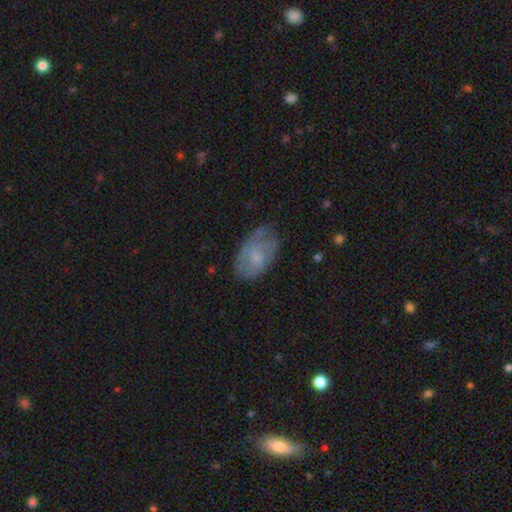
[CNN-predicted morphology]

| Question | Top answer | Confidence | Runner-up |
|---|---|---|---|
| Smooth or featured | smooth | 54% | featured or disk (39%) |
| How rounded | in between | 91% | round (8%) |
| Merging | none | 59% | minor disturbance (29%) |